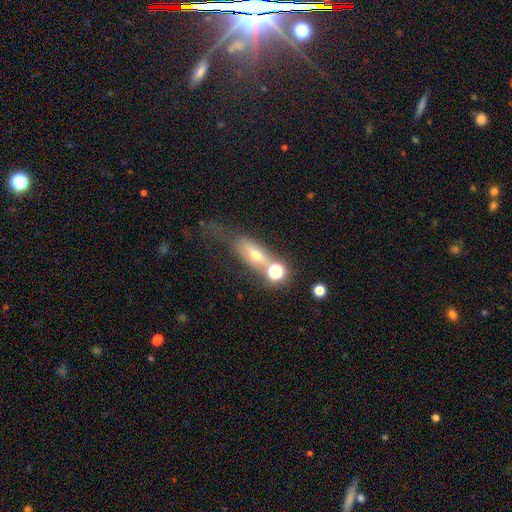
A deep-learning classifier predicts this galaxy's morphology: The model was most divided on "merging": none: 33%, merger: 32%, major disturbance: 20%, minor disturbance: 16%. Remaining: smooth or featured — smooth (50%).